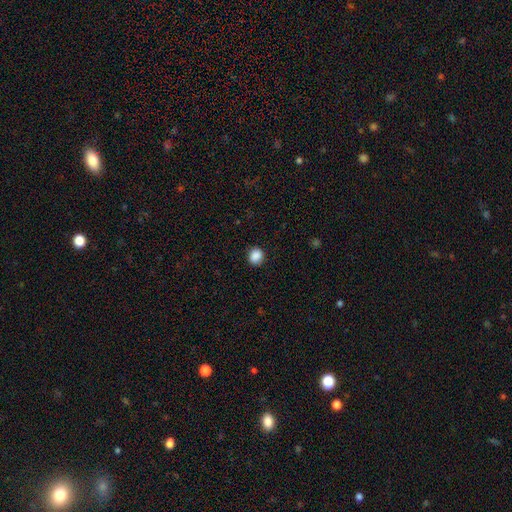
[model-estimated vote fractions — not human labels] Overall: smooth (88%). How rounded: round (75%). Merging: none (89%).